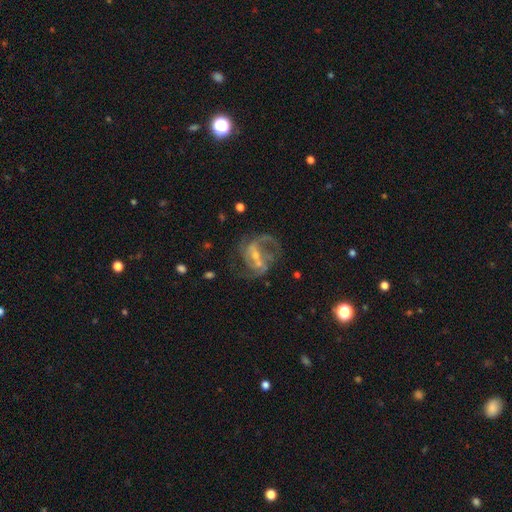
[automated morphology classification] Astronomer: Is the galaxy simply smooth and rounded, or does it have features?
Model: featured or disk — 86%.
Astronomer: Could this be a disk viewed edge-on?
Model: no — 98%.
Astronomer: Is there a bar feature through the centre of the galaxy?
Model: weak — 46% (runner-up: strong, 32%).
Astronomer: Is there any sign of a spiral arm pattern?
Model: yes — 93%.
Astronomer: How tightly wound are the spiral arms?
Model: medium — 51% (runner-up: loose, 32%).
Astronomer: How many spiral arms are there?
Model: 2 — 61%.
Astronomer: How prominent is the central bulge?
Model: small — 60%.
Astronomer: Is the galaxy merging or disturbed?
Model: none — 53%.